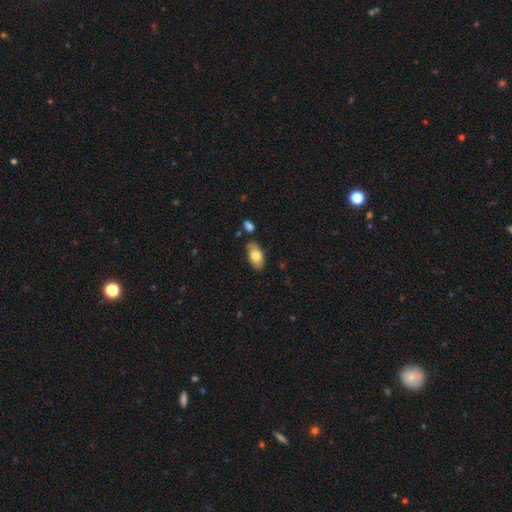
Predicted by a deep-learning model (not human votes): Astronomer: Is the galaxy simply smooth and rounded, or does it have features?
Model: smooth — 78%.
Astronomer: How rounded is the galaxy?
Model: in between — 94%.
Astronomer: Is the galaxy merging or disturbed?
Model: none — 78%.